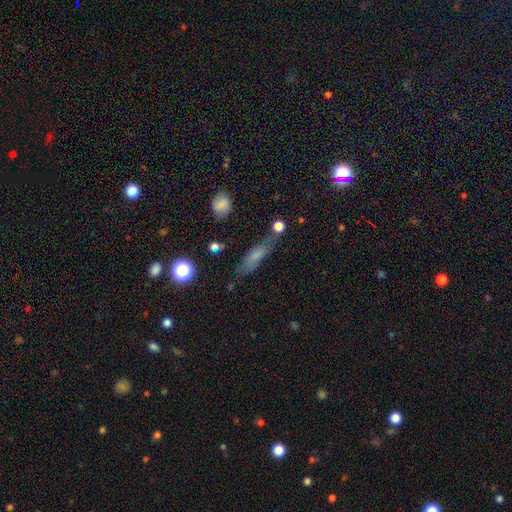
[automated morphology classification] Smooth or featured?
  - smooth: 59% *
  - featured or disk: 27%
  - star or artifact: 14%
How rounded?
  - cigar-shaped: 61% *
  - in between: 34%
  - round: 5%
Merging?
  - none: 62% *
  - minor disturbance: 22%
  - major disturbance: 9%
  - merger: 7%